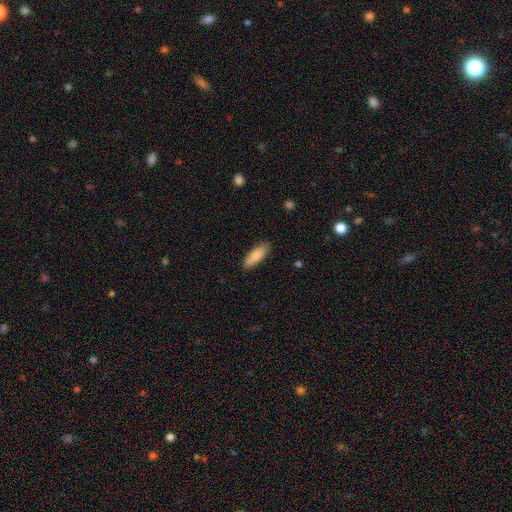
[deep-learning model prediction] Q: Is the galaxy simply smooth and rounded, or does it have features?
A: smooth — 83%.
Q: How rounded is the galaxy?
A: in between — 60%.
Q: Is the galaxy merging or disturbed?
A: none — 87%.